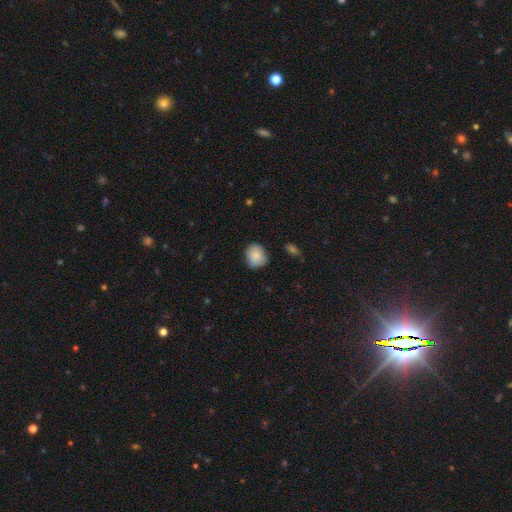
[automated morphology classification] type=smooth (87%); roundness=round (69%); merging=none (80%).